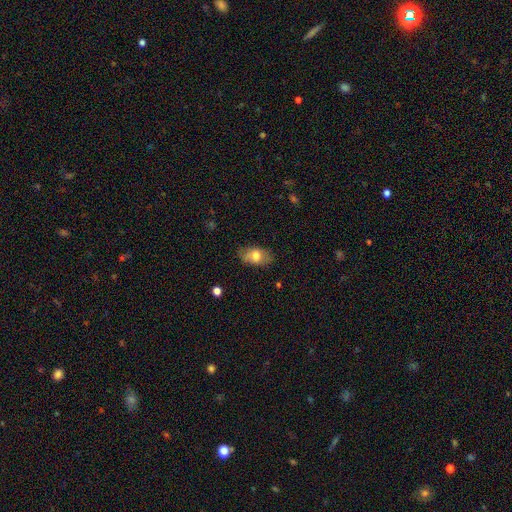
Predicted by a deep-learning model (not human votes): Overall: smooth (66%). How rounded: in between (90%). Merging: none (75%).